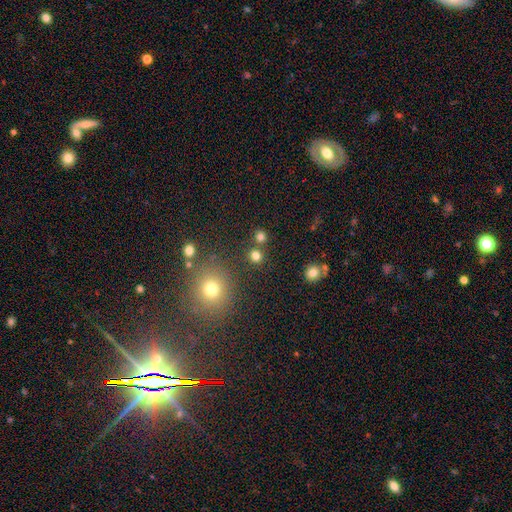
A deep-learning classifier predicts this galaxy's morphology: Smooth or featured? smooth (78%)
How rounded? round (92%)
Merging? none (80%)